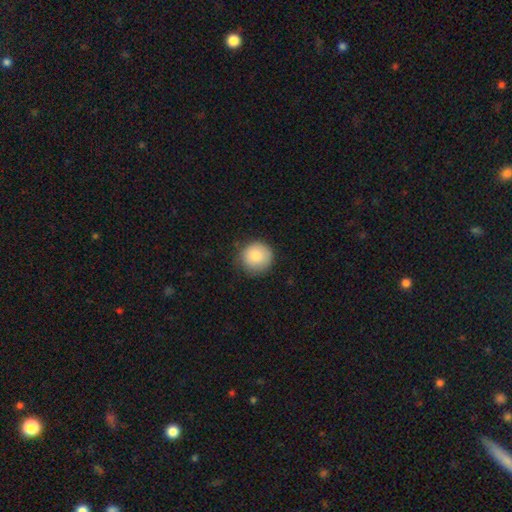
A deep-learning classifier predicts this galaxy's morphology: A smooth galaxy with no disk features (85%) that is round (94%).

Vote fractions:
- Smooth or featured? smooth: 85% / star or artifact: 8% / featured or disk: 7%
- How rounded? round: 94% / in between: 5% / cigar-shaped: 1%
- Merging? none: 82% / minor disturbance: 14% / major disturbance: 3% / merger: 1%